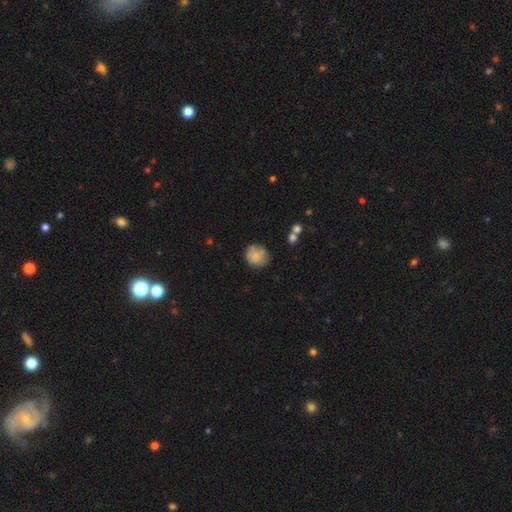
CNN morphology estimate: smooth-or-featured: smooth: 74% | featured or disk: 18% | star or artifact: 8%
  how-rounded: round: 85% | in between: 14% | cigar-shaped: 1%
  merging: none: 68% | minor disturbance: 22% | major disturbance: 6% | merger: 5%